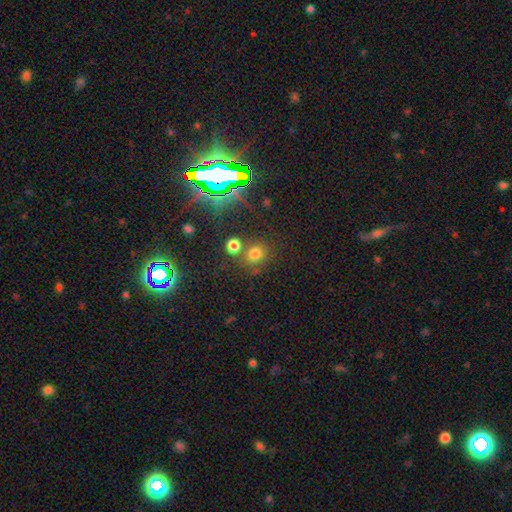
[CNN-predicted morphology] Smooth or featured: smooth — 53% (star or artifact — 38%)
How rounded: round — 85% (in between — 13%)
Merging: none — 76% (merger — 11%)